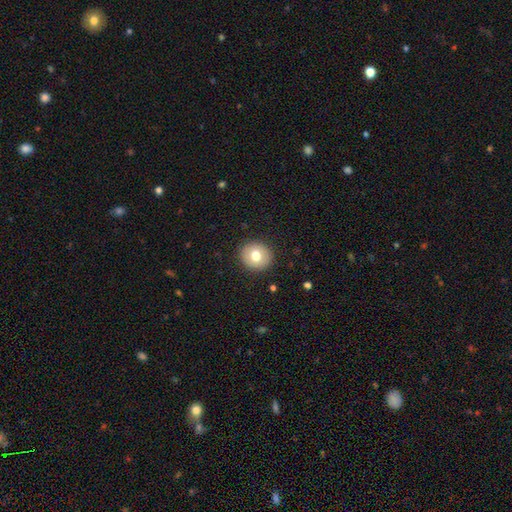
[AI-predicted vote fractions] smooth_or_featured: smooth (p=0.73) [alt: featured or disk p=0.18]
how_rounded: round (p=0.85) [alt: in between p=0.14]
merging: none (p=0.90) [alt: minor disturbance p=0.06]